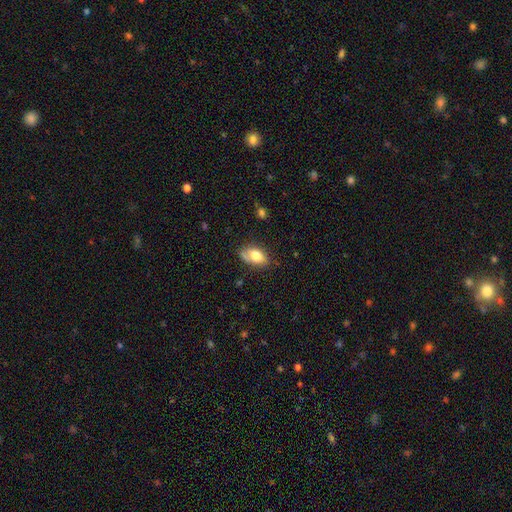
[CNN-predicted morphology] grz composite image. It shows a smooth galaxy with no disk features (75%) that is in between round and cigar-shaped (92%). Merging: none (63%).